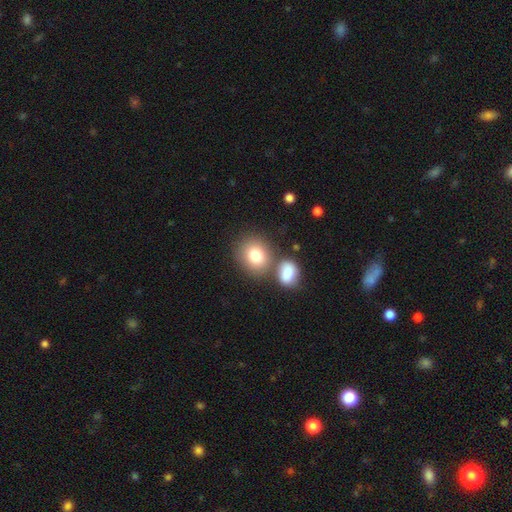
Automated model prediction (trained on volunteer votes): Overall: smooth (80%). How rounded: round (68%; in between 31%). Merging: none (57%; merger 29%).